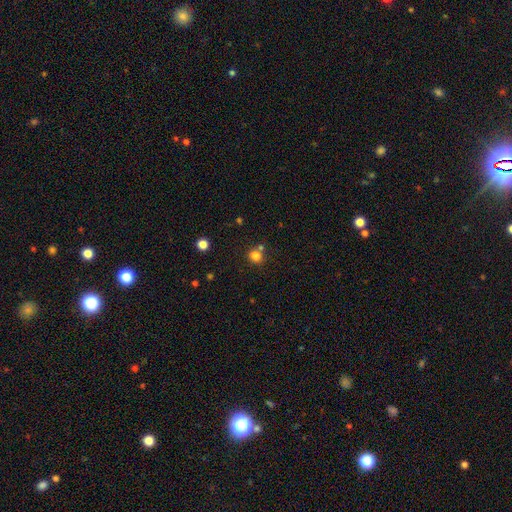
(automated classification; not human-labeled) Q: Smooth or featured?
A: smooth (81%); runner-up: star or artifact (13%)
Q: How rounded?
A: round (84%); runner-up: in between (15%)
Q: Merging?
A: none (67%); runner-up: merger (21%)